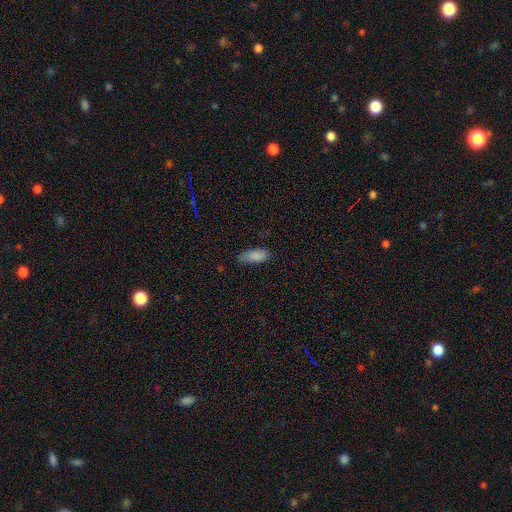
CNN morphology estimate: This appears to be a smooth galaxy with no disk features (86%) that is in between round and cigar-shaped (80%). Merging: none (71%).